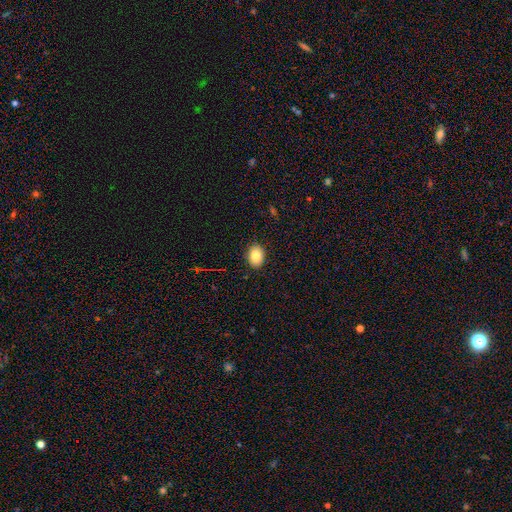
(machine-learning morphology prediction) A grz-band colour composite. It shows a smooth galaxy with no disk features (84%) that is in between round and cigar-shaped (73%). Merging: none (89%).